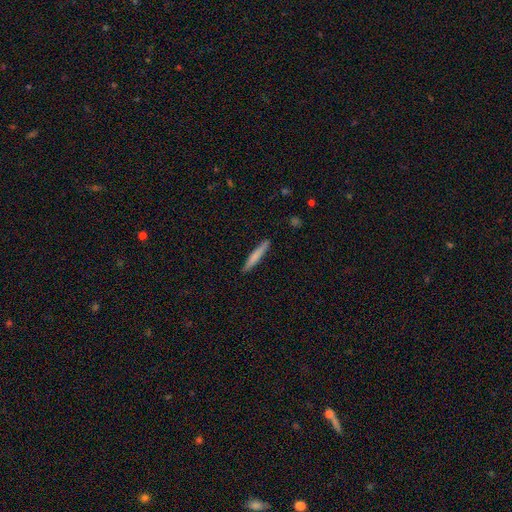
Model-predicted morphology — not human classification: This is likely a smooth galaxy (72%). How rounded: clearly cigar-shaped (95%). Merging: clearly none (90%).